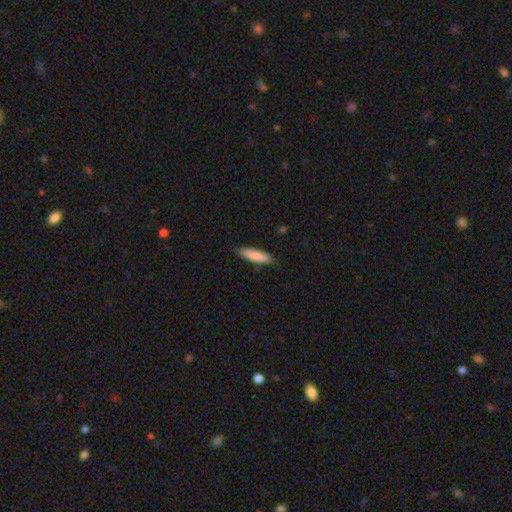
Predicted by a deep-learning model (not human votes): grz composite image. It shows a smooth galaxy with no disk features (86%) that is cigar-shaped (69%). Merging: none (84%).